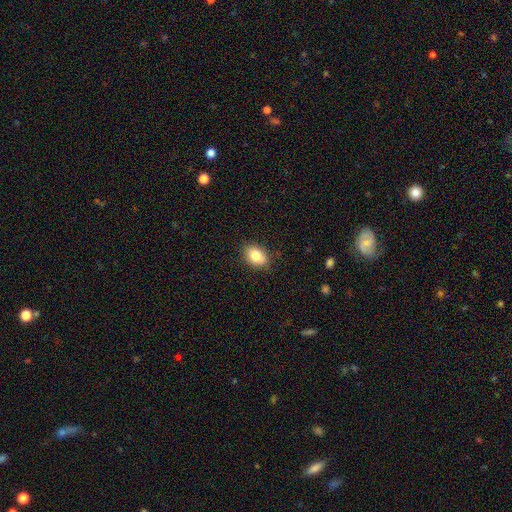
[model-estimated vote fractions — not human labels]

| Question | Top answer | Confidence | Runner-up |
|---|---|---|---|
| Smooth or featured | smooth | 82% | featured or disk (10%) |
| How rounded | in between | 79% | round (19%) |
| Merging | none | 85% | minor disturbance (12%) |